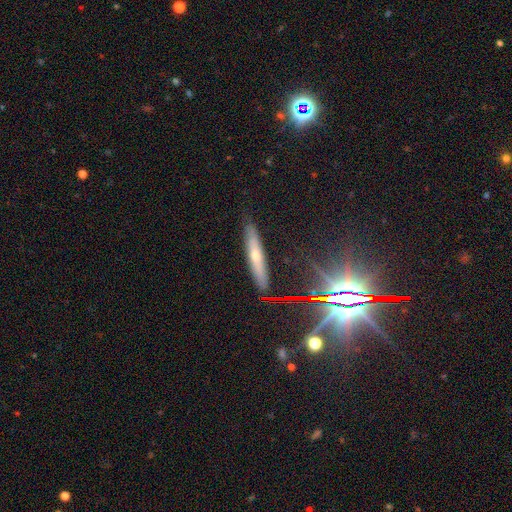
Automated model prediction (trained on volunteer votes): Smooth or featured?
  - featured or disk: 45% *
  - smooth: 43%
  - star or artifact: 12%
Merging?
  - none: 87% *
  - minor disturbance: 10%
  - major disturbance: 2%
  - merger: 1%